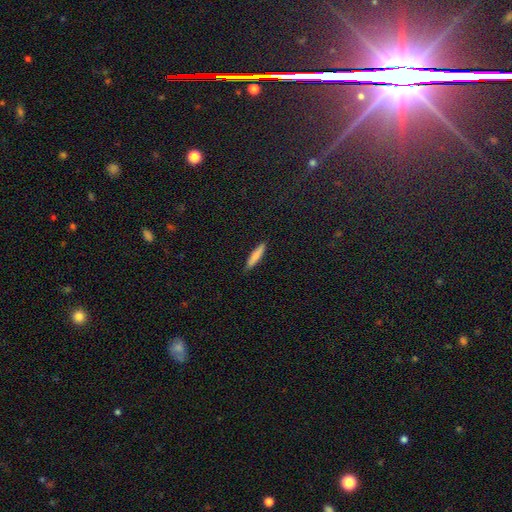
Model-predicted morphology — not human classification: This is clearly a smooth galaxy (81%). How rounded: clearly cigar-shaped (89%). Merging: clearly none (90%).